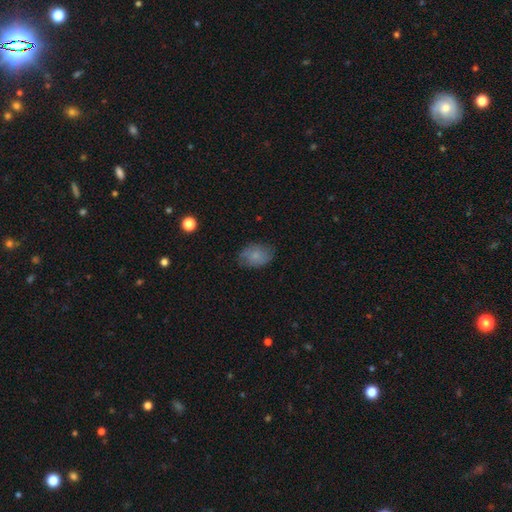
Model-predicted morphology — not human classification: Smooth or featured?
  - smooth: 70% *
  - featured or disk: 22%
  - star or artifact: 8%
How rounded?
  - in between: 78% *
  - round: 21%
  - cigar-shaped: 1%
Merging?
  - none: 72% *
  - minor disturbance: 21%
  - major disturbance: 5%
  - merger: 1%